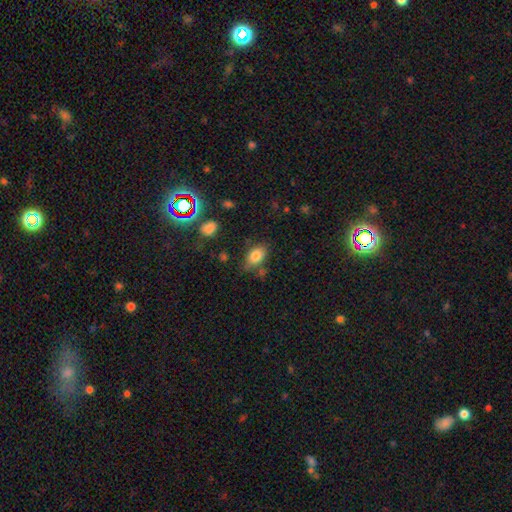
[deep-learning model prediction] smooth_or_featured: smooth (p=0.81) [alt: star or artifact p=0.10]
how_rounded: in between (p=0.83) [alt: round p=0.16]
merging: none (p=0.70) [alt: minor disturbance p=0.19]